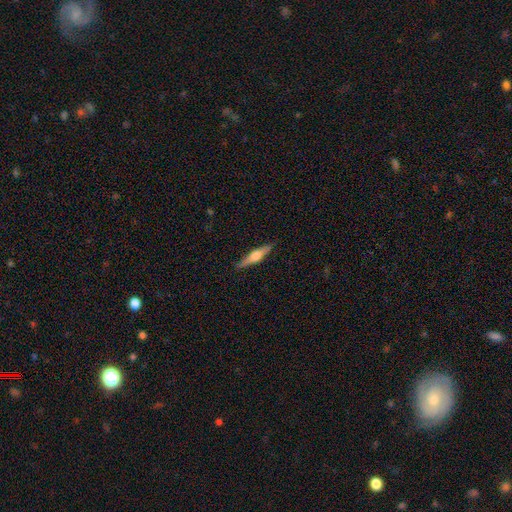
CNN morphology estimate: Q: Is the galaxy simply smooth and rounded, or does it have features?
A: featured or disk — 65%.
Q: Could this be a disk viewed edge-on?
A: yes — 97%.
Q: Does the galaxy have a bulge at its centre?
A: rounded — 90%.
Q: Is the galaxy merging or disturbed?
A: none — 90%.